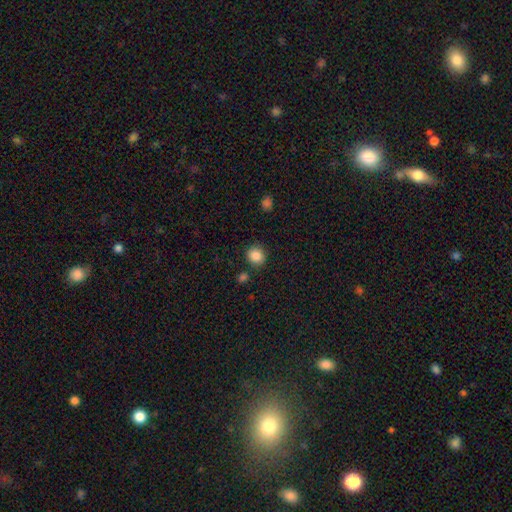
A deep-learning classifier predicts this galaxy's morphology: The model was most divided on "how rounded": round: 84%, in between: 15%, cigar-shaped: 1%. More confident: smooth or featured — smooth (87%); merging — none (83%).